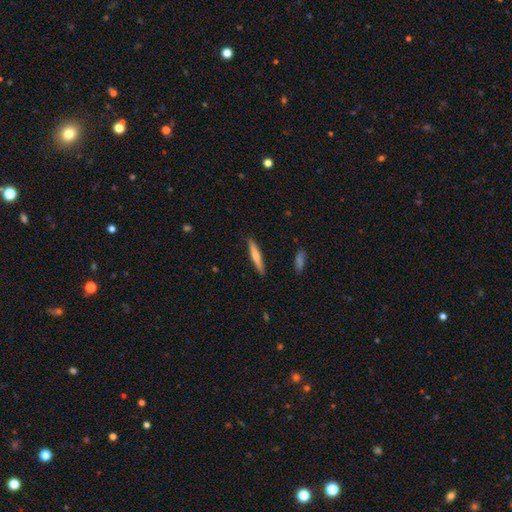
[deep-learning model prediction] Q: Smooth or featured?
A: smooth (57%); runner-up: featured or disk (37%)
Q: How rounded?
A: cigar-shaped (92%); runner-up: in between (6%)
Q: Merging?
A: none (90%); runner-up: minor disturbance (7%)